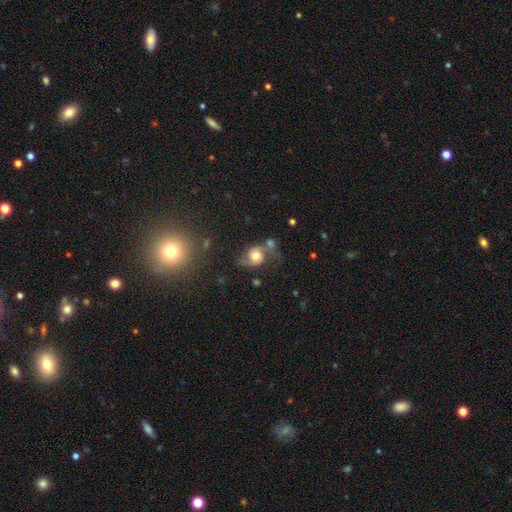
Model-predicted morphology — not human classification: Smooth or featured: featured or disk — 57% (smooth — 33%)
Edge-on disk: no — 96% (yes — 4%)
Bar: no — 72% (weak — 22%)
Spiral arms: yes — 87% (no — 13%)
Bulge size: moderate — 55% (large — 27%)
Merging: none — 46% (minor disturbance — 21%)